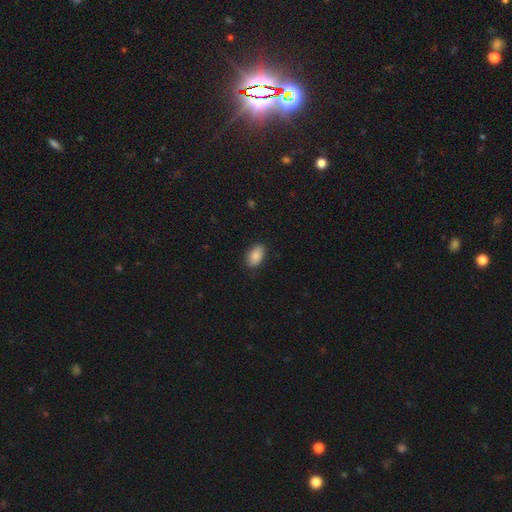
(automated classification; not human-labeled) smooth-or-featured: smooth: 88% | star or artifact: 7% | featured or disk: 5%
  how-rounded: in between: 93% | round: 6% | cigar-shaped: 2%
  merging: none: 87% | minor disturbance: 10% | major disturbance: 2% | merger: 1%